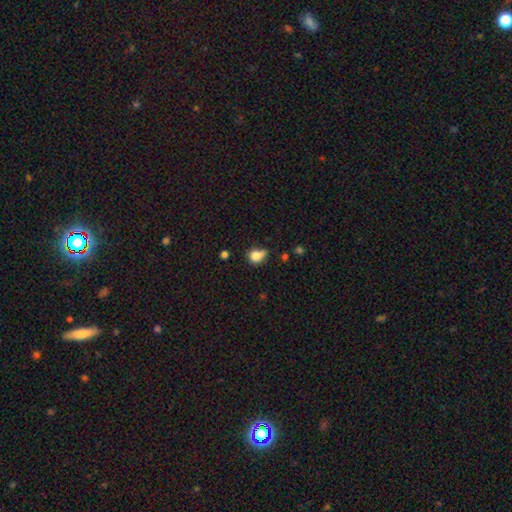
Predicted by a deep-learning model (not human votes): Smooth or featured: smooth — 78% (star or artifact — 11%)
How rounded: round — 62% (in between — 36%)
Merging: none — 39% (minor disturbance — 37%)